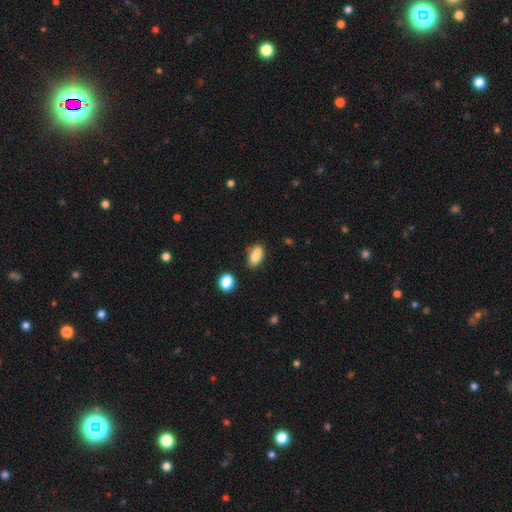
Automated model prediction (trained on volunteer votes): Smooth or featured?
  - smooth: 78% *
  - featured or disk: 13%
  - star or artifact: 9%
How rounded?
  - in between: 86% *
  - round: 9%
  - cigar-shaped: 4%
Merging?
  - none: 62% *
  - minor disturbance: 18%
  - merger: 16%
  - major disturbance: 4%